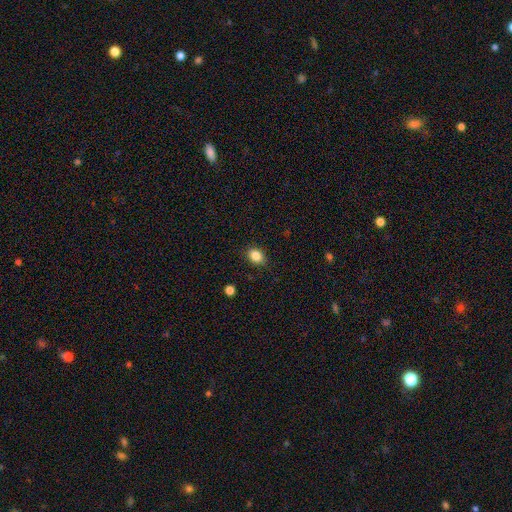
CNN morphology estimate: smooth_or_featured: smooth (p=0.85) [alt: star or artifact p=0.10]
how_rounded: in between (p=0.54) [alt: round p=0.45]
merging: none (p=0.86) [alt: minor disturbance p=0.10]